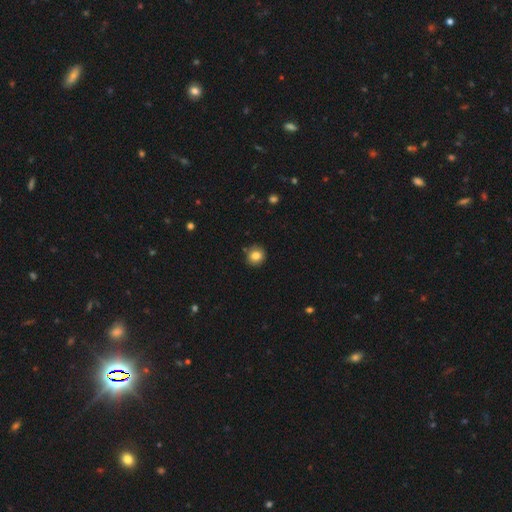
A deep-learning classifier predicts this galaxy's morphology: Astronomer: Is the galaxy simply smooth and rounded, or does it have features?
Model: smooth — 82%.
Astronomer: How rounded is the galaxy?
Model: round — 89%.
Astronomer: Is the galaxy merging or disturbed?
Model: none — 87%.